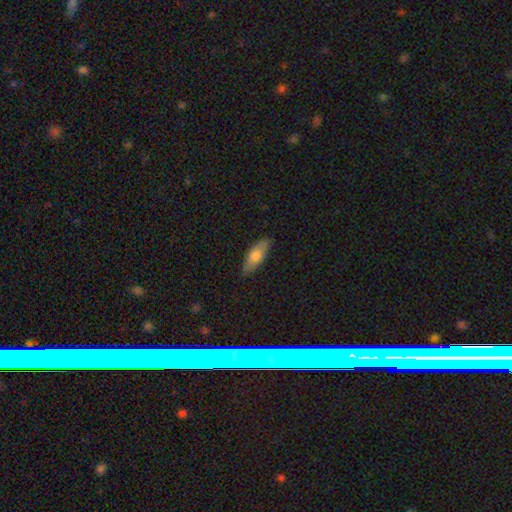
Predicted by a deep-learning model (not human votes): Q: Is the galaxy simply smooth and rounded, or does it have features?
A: smooth — 69%.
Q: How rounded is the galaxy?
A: in between — 70%.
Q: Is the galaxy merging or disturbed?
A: none — 82%.